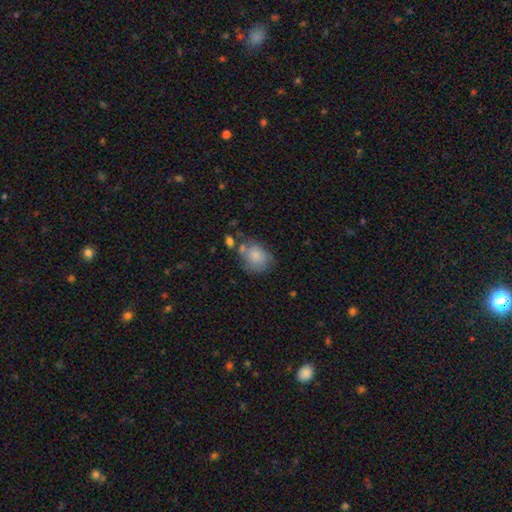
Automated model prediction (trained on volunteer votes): Q: Smooth or featured?
A: smooth (77%); runner-up: featured or disk (15%)
Q: How rounded?
A: in between (55%); runner-up: round (44%)
Q: Merging?
A: none (45%); runner-up: minor disturbance (27%)